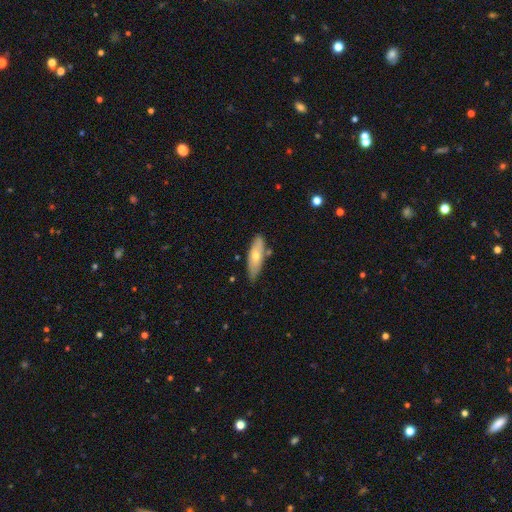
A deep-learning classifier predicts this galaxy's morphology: Overall: smooth (56%; featured or disk 37%). How rounded: in between (54%; cigar-shaped 44%). Merging: none (79%).